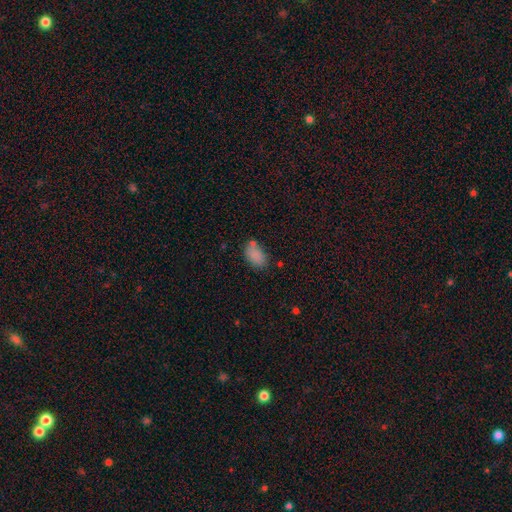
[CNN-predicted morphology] smooth-or-featured: smooth: 83% | star or artifact: 10% | featured or disk: 6%
  how-rounded: in between: 90% | round: 8% | cigar-shaped: 2%
  merging: none: 66% | minor disturbance: 19% | merger: 9% | major disturbance: 6%